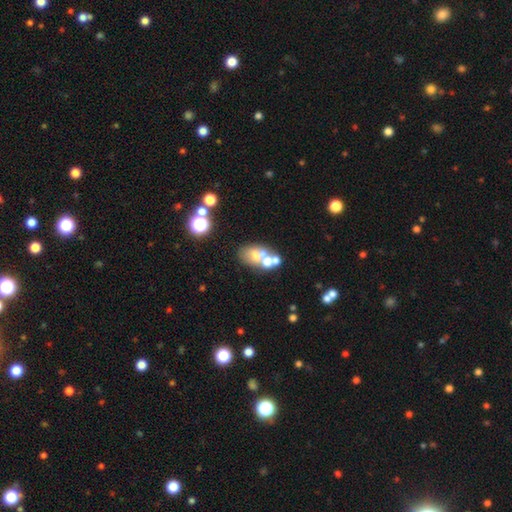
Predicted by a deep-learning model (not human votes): smooth-or-featured: smooth: 46% | featured or disk: 36% | star or artifact: 18%
  merging: merger: 45% | none: 36% | minor disturbance: 11% | major disturbance: 8%